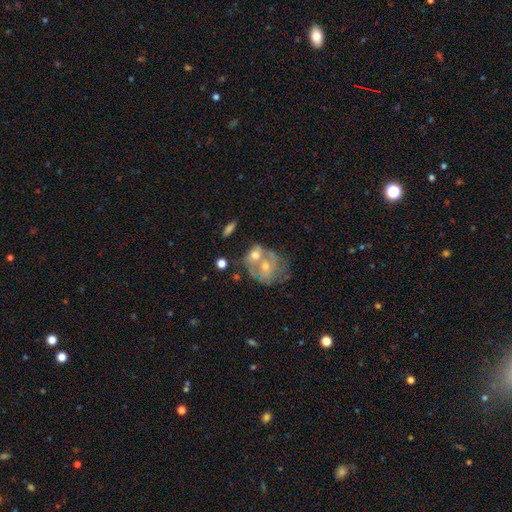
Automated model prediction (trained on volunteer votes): This appears to be a featured or disk galaxy (55%) with no bar (83%), no spiral arms (65%) and a moderate central bulge (53%). Merging: merger (49%).